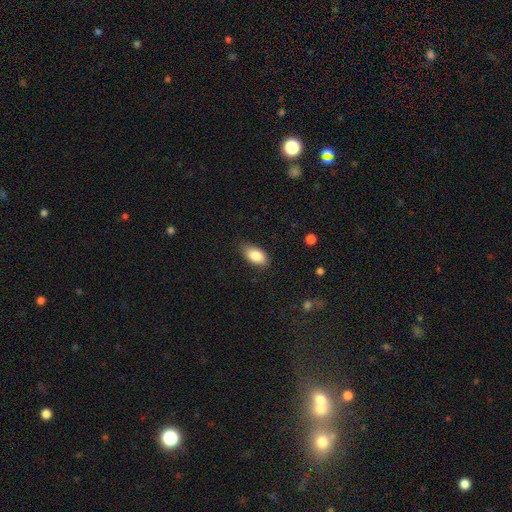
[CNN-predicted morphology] Overall: smooth (85%). How rounded: in between (93%). Merging: none (81%).